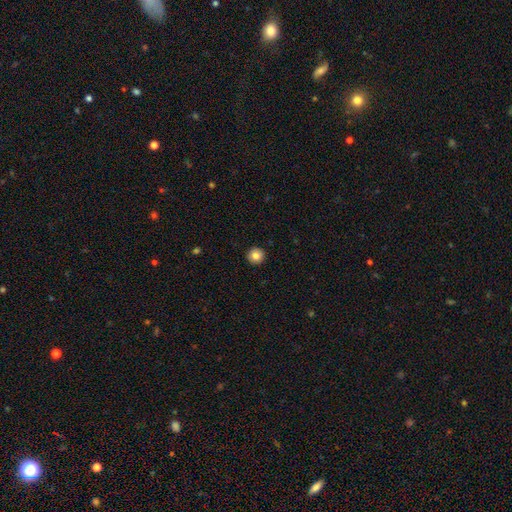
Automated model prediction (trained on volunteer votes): Smooth or featured? Predicted: smooth (p=0.83). How rounded? Predicted: round (p=0.95). Merging? Predicted: none (p=0.93).